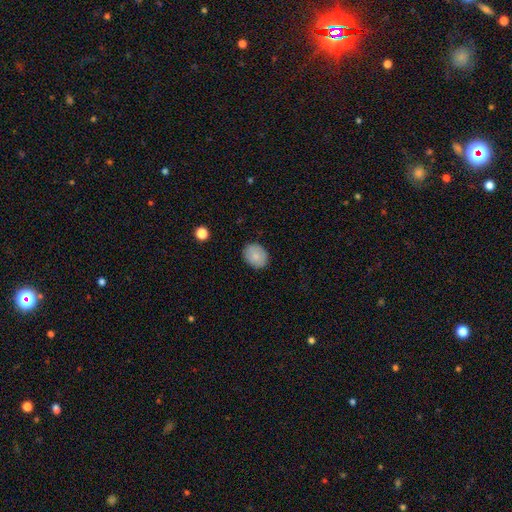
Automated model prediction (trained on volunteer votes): Smooth or featured?
  - smooth: 85% *
  - featured or disk: 8%
  - star or artifact: 7%
How rounded?
  - in between: 53% *
  - round: 46%
  - cigar-shaped: 1%
Merging?
  - none: 86% *
  - minor disturbance: 10%
  - major disturbance: 2%
  - merger: 1%